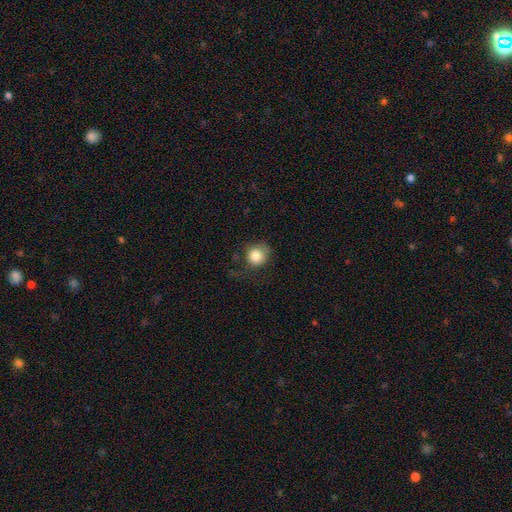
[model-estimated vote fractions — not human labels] Smooth or featured: smooth — 82% (star or artifact — 10%)
How rounded: round — 86% (in between — 13%)
Merging: none — 60% (minor disturbance — 23%)